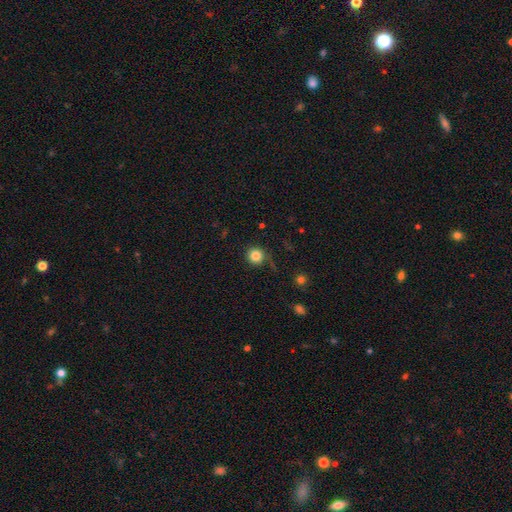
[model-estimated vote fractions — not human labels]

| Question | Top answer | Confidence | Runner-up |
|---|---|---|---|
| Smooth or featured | smooth | 83% | star or artifact (12%) |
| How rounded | round | 93% | in between (6%) |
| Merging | none | 82% | minor disturbance (11%) |